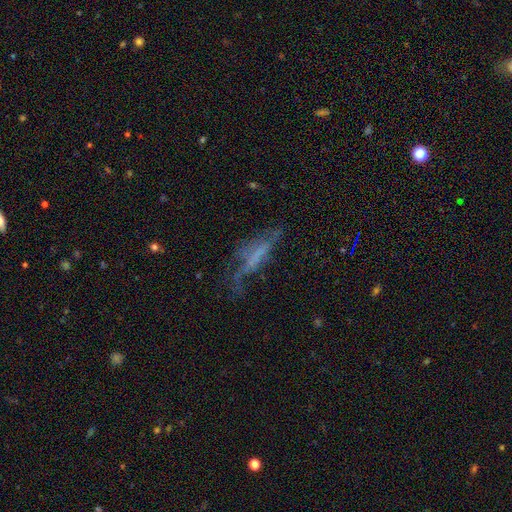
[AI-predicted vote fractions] A featured or disk galaxy (49%). Merging: major disturbance (39%).